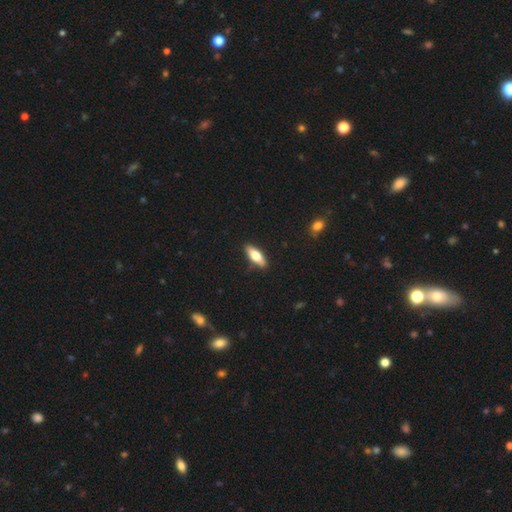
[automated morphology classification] type=smooth (65%); roundness=in between (58%); merging=none (87%).